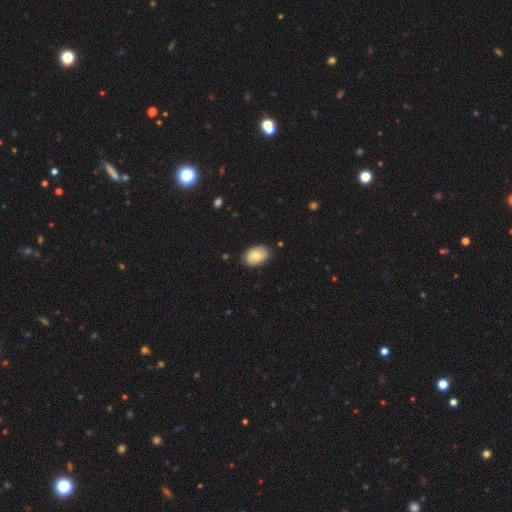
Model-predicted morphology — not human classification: This appears to be a smooth galaxy with no disk features (62%) that is in between round and cigar-shaped (79%). Merging: none (83%).